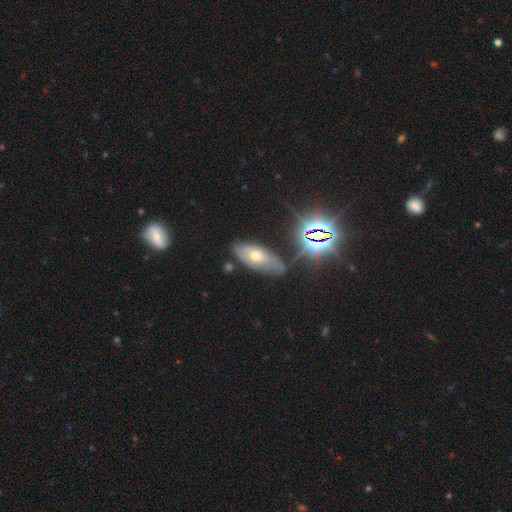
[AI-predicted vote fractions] Smooth or featured?
  - featured or disk: 40% *
  - smooth: 32%
  - star or artifact: 27%
Merging?
  - none: 64% *
  - minor disturbance: 24%
  - major disturbance: 8%
  - merger: 4%